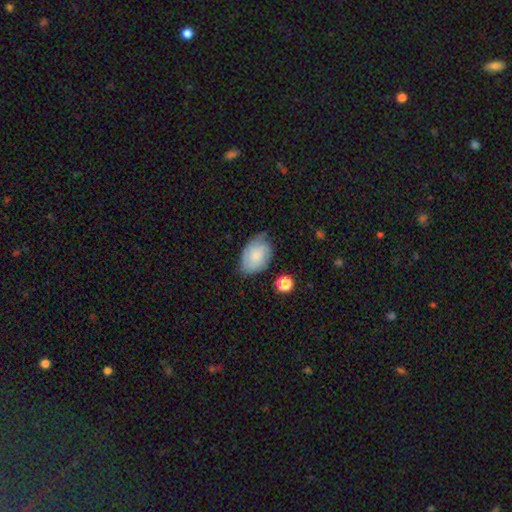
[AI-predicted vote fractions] smooth_or_featured: smooth (p=0.55) [alt: featured or disk p=0.37]
how_rounded: in between (p=0.86) [alt: round p=0.13]
merging: none (p=0.56) [alt: minor disturbance p=0.32]